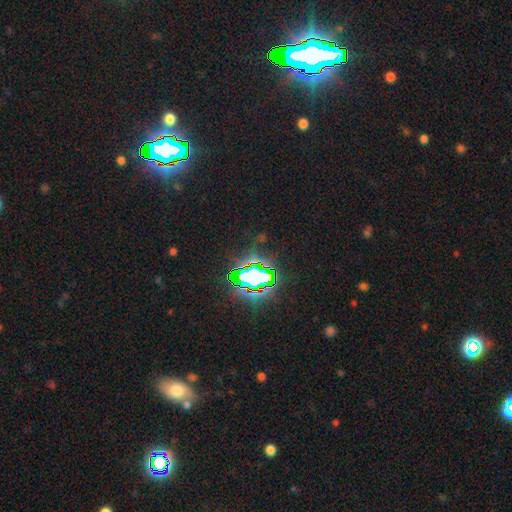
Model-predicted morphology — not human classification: smooth_or_featured: star or artifact (p=0.83) [alt: smooth p=0.10]